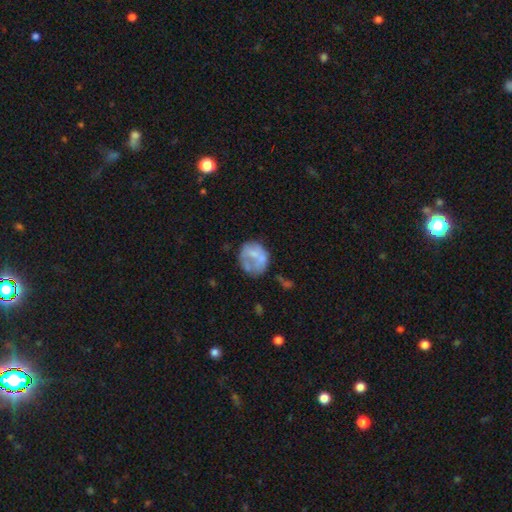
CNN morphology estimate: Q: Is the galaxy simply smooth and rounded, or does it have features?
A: smooth — 51%.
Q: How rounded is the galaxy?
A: round — 73%.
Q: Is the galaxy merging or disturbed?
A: none — 46%.